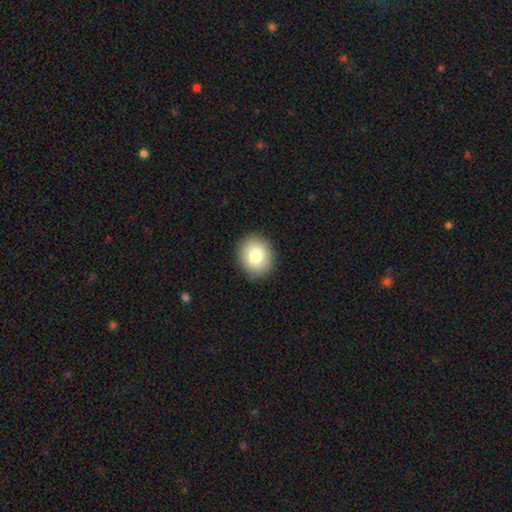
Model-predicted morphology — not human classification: smooth 79%, featured or disk 13%, star or artifact 8%. Down the decision tree: how rounded — round (66%); merging — none (87%).